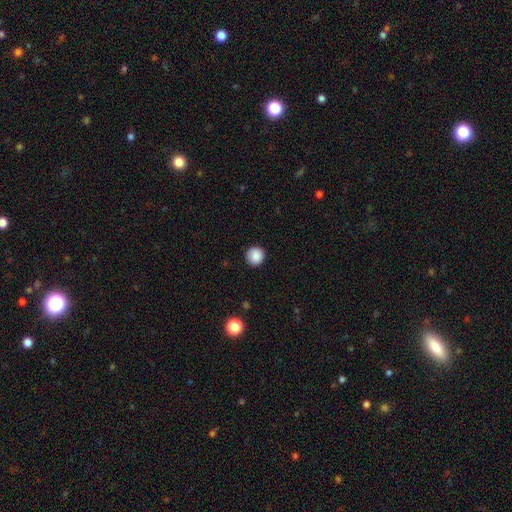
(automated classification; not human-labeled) Smooth or featured? smooth (87%)
How rounded? round (94%)
Merging? none (91%)